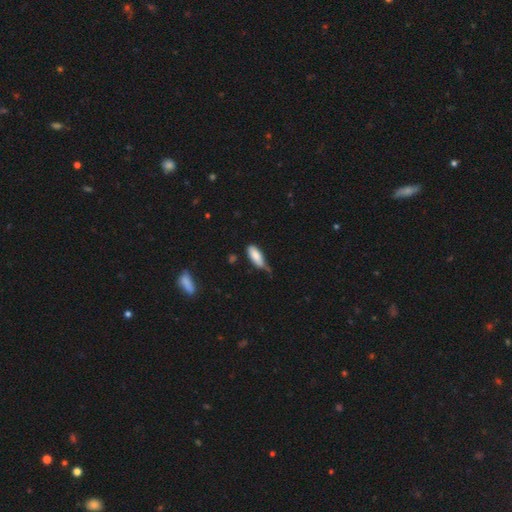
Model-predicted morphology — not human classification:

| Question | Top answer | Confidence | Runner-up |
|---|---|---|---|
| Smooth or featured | smooth | 83% | featured or disk (10%) |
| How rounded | in between | 74% | cigar-shaped (24%) |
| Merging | minor disturbance | 45% | none (37%) |